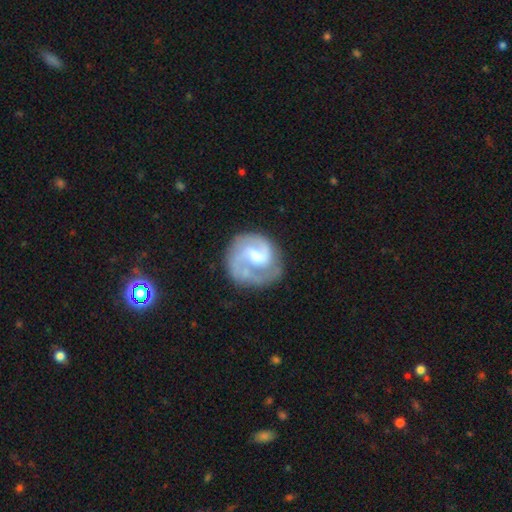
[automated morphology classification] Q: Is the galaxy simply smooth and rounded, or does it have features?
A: featured or disk — 80%.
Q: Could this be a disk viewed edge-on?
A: no — 98%.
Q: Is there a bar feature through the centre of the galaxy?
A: weak — 53%.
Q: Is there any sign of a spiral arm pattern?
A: yes — 94%.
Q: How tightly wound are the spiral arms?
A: medium — 43%.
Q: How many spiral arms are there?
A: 2 — 59%.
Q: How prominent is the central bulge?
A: moderate — 44%.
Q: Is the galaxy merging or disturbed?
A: none — 68%.